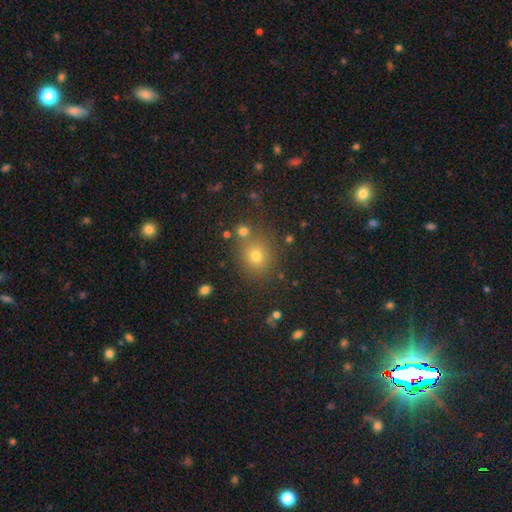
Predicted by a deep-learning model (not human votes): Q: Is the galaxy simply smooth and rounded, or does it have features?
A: smooth — 69%.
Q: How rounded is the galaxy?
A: round — 83%.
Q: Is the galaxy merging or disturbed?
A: none — 77%.